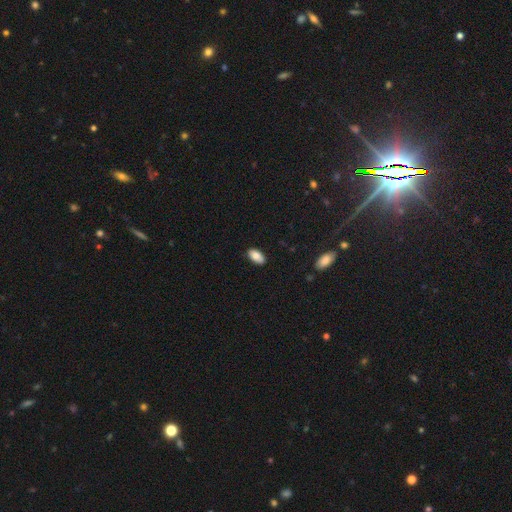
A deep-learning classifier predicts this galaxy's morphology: smooth_or_featured: smooth (p=0.82) [alt: featured or disk p=0.11]
how_rounded: in between (p=0.94) [alt: cigar-shaped p=0.03]
merging: none (p=0.86) [alt: minor disturbance p=0.11]